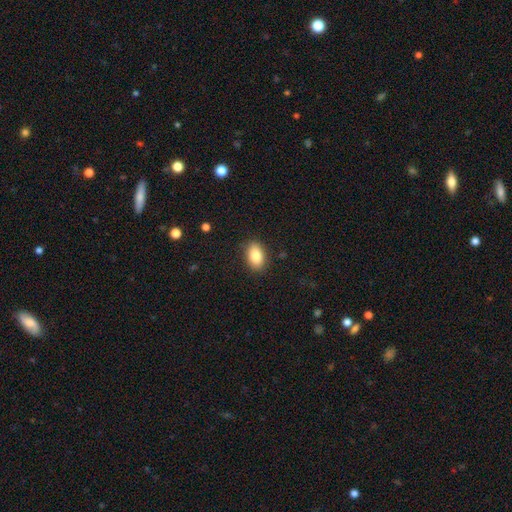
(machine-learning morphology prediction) A smooth galaxy with no disk features (85%) that is in between round and cigar-shaped (90%).

Vote fractions:
- Smooth or featured? smooth: 85% / star or artifact: 7% / featured or disk: 7%
- How rounded? in between: 90% / round: 8% / cigar-shaped: 2%
- Merging? none: 88% / minor disturbance: 9% / major disturbance: 2% / merger: 1%